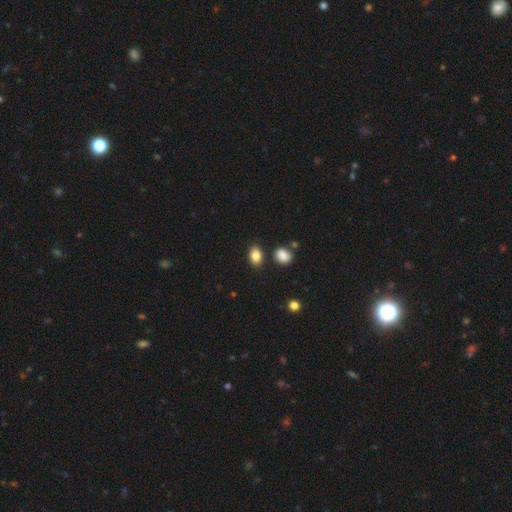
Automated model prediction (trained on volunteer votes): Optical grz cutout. It shows a smooth galaxy with no disk features (85%) that is in between round and cigar-shaped (79%). Merging: none (82%).